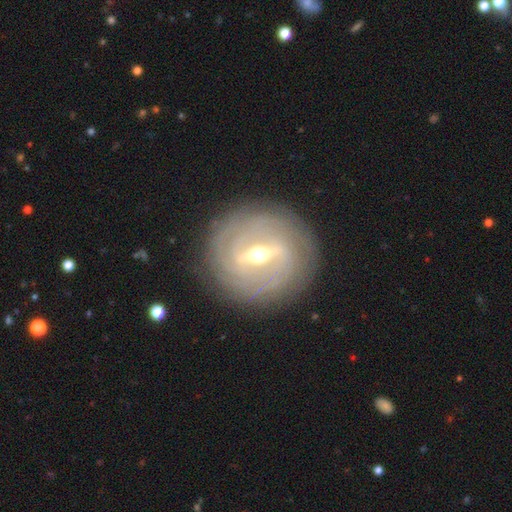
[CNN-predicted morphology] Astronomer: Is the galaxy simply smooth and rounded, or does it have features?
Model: featured or disk — 88%.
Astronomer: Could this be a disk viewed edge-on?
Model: no — 91%.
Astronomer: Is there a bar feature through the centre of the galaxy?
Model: strong — 65%.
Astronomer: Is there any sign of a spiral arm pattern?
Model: yes — 88%.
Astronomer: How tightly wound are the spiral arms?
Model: tight — 80%.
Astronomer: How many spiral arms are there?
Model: can't tell — 39% (runner-up: 2, 19%).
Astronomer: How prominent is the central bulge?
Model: moderate — 60% (runner-up: small, 36%).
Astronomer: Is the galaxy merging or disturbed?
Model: none — 87%.